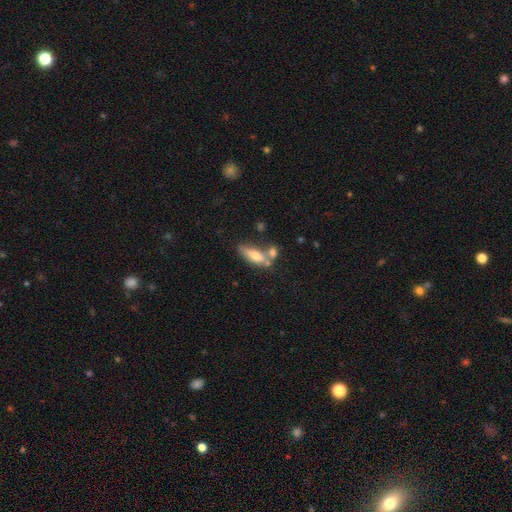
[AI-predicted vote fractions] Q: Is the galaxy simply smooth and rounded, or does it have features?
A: smooth — 68%.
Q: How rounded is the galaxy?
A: in between — 63%.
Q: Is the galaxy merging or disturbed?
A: none — 46%.